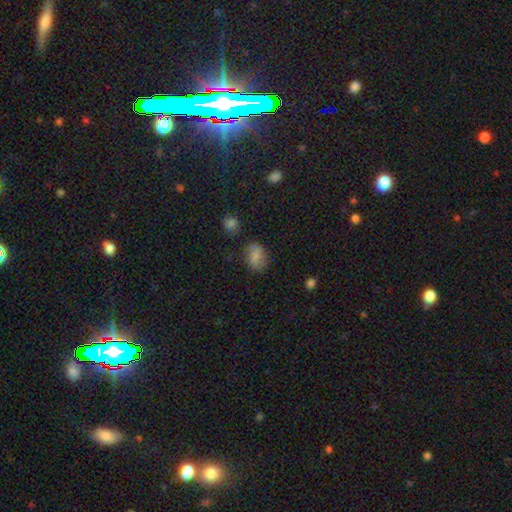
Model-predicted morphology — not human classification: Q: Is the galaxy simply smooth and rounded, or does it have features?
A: smooth — 71%.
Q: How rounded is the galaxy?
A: in between — 73%.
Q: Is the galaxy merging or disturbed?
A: none — 67%.